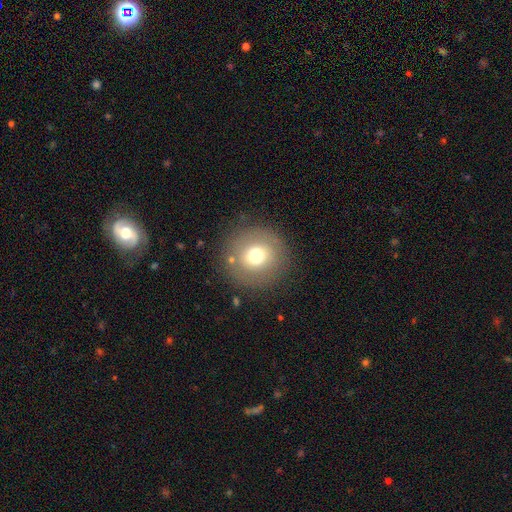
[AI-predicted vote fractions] smooth 70%, featured or disk 18%, star or artifact 12%. Down the decision tree: how rounded — round (94%); merging — none (86%).